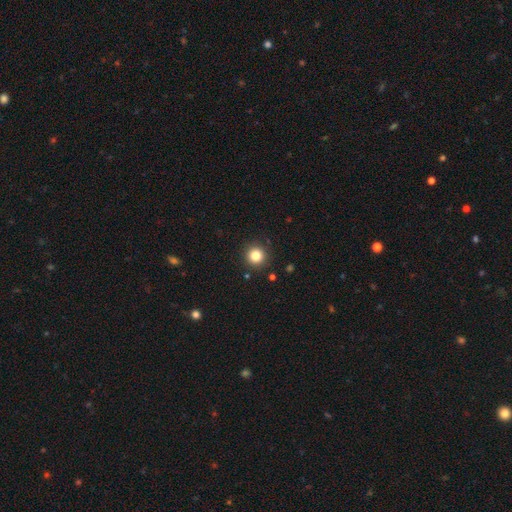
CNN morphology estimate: A smooth galaxy with no disk features (82%) that is round (95%).

Vote fractions:
- Smooth or featured? smooth: 82% / star or artifact: 12% / featured or disk: 6%
- How rounded? round: 95% / in between: 4% / cigar-shaped: 1%
- Merging? none: 91% / minor disturbance: 6% / major disturbance: 2% / merger: 1%